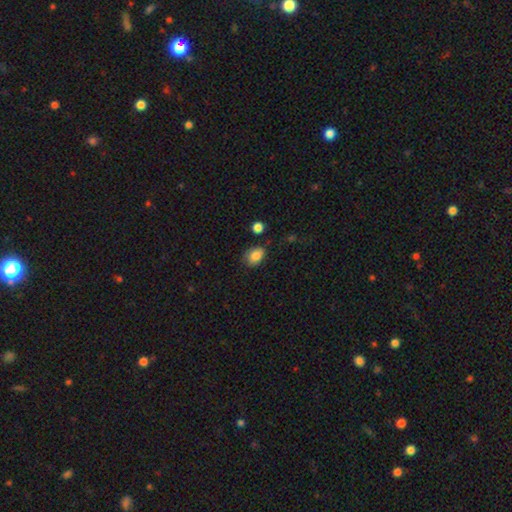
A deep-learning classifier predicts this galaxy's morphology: A smooth galaxy with no disk features (84%) that is in between round and cigar-shaped (72%).

Vote fractions:
- Smooth or featured? smooth: 84% / star or artifact: 8% / featured or disk: 8%
- How rounded? in between: 72% / round: 27% / cigar-shaped: 1%
- Merging? none: 69% / minor disturbance: 23% / major disturbance: 5% / merger: 3%